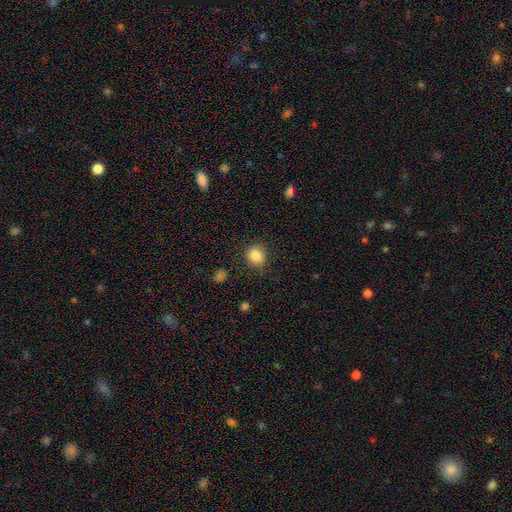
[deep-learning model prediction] Morphology: type=smooth (85%); roundness=round (79%); merging=none (85%).